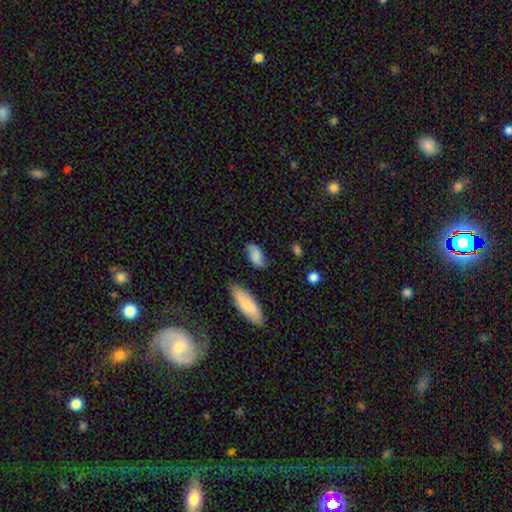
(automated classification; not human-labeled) Q: Smooth or featured?
A: smooth (73%); runner-up: featured or disk (19%)
Q: How rounded?
A: in between (90%); runner-up: cigar-shaped (5%)
Q: Merging?
A: none (71%); runner-up: minor disturbance (21%)